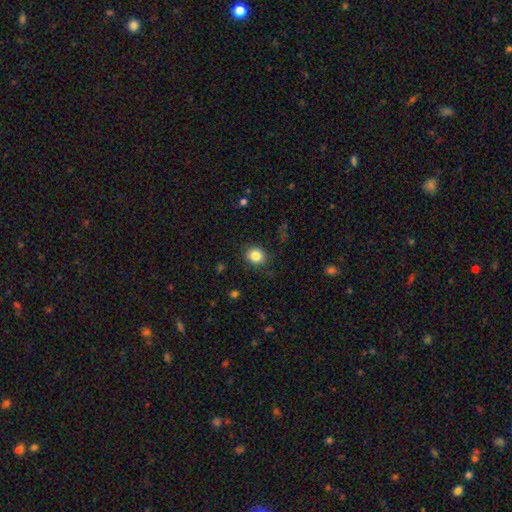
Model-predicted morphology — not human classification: Smooth or featured: smooth — 85% (star or artifact — 10%)
How rounded: round — 67% (in between — 32%)
Merging: none — 86% (minor disturbance — 10%)